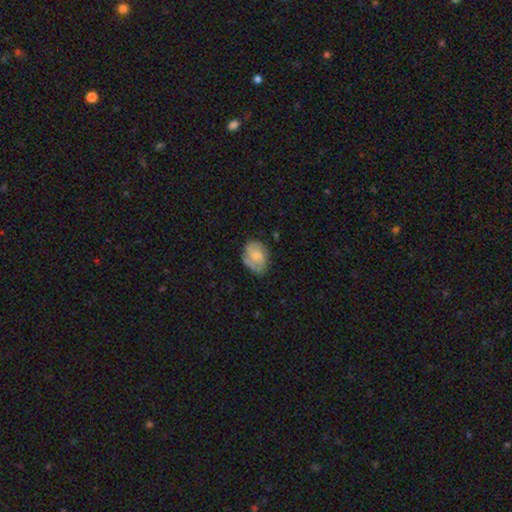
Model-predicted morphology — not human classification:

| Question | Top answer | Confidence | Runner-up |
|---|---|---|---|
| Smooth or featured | smooth | 47% | featured or disk (46%) |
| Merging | none | 62% | minor disturbance (27%) |